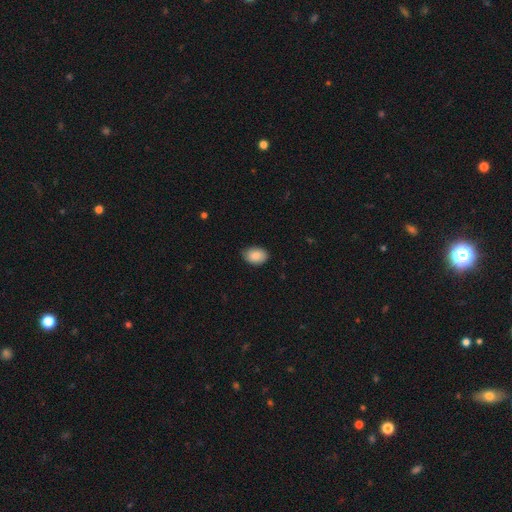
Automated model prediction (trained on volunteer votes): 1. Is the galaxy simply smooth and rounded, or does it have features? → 88% smooth, 7% star or artifact, 6% featured or disk.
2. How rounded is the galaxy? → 83% in between, 16% round, 1% cigar-shaped.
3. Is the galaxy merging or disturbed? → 82% none, 14% minor disturbance, 2% major disturbance, 1% merger.